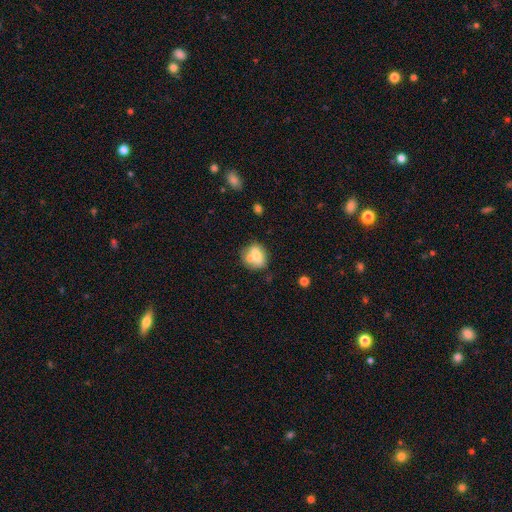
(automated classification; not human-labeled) A smooth galaxy with no disk features (67%) that is in between round and cigar-shaped (50%). Merging: none (52%).